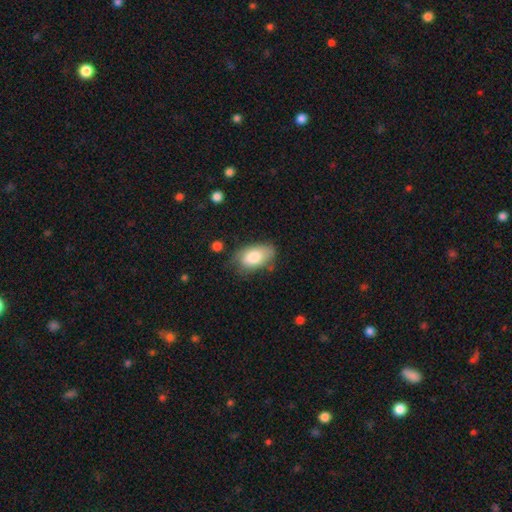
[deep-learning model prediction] Morphology: type=smooth (80%); roundness=in between (93%); merging=none (62%).